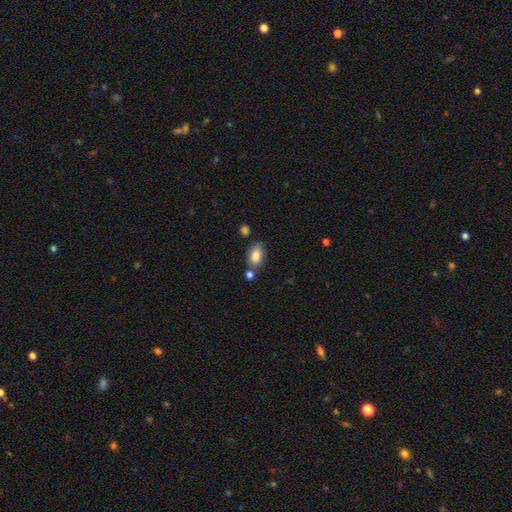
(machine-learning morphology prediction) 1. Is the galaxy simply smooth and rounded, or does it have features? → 83% smooth, 9% featured or disk, 8% star or artifact.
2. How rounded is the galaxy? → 89% in between, 8% round, 2% cigar-shaped.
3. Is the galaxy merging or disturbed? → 69% none, 16% minor disturbance, 12% merger, 4% major disturbance.